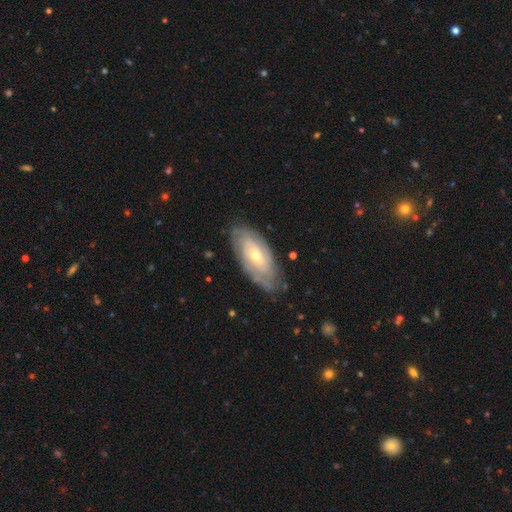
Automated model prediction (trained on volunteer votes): A featured or disk galaxy (72%) with no bar (66%), tight (65%) spiral arms (86%) and a small central bulge (55%).

Vote fractions:
- Smooth or featured? featured or disk: 72% / smooth: 22% / star or artifact: 6%
- Edge-on disk? no: 90% / yes: 10%
- Bar? no: 66% / weak: 28% / strong: 7%
- Spiral arms? yes: 86% / no: 14%
- Spiral winding? tight: 65% / medium: 26% / loose: 8%
- Spiral arm count? can't tell: 50% / 2: 26% / 3: 11% / 4: 6% / 1: 4% / more than 4: 3%
- Bulge size? small: 55% / moderate: 42% / large: 1% / none: 1% / dominant: 1%
- Merging? none: 76% / minor disturbance: 18% / major disturbance: 4% / merger: 1%